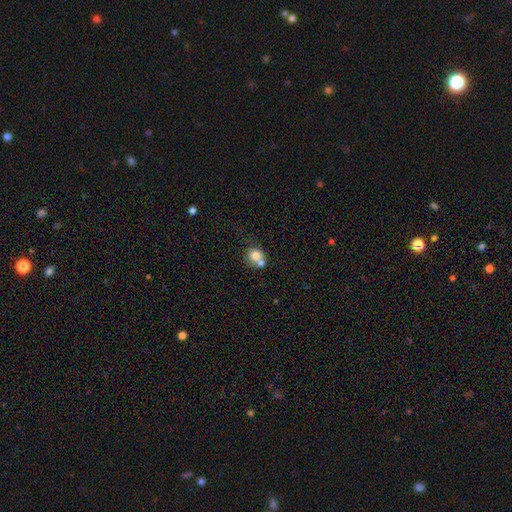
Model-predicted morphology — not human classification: smooth-or-featured: smooth: 75% | featured or disk: 14% | star or artifact: 10%
  how-rounded: round: 82% | in between: 17% | cigar-shaped: 1%
  merging: merger: 49% | none: 38% | minor disturbance: 9% | major disturbance: 4%